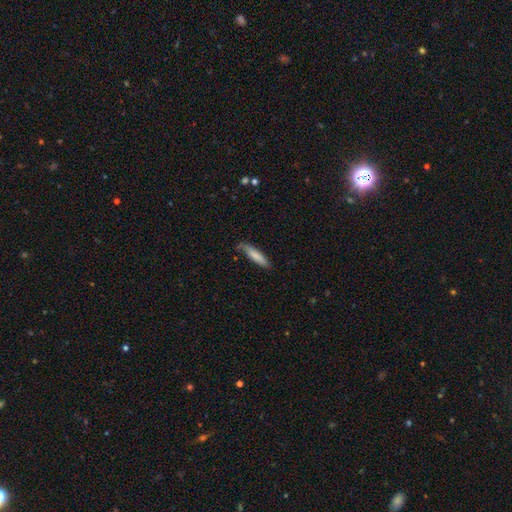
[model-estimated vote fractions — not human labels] A smooth galaxy with no disk features (78%) that is cigar-shaped (80%).

Vote fractions:
- Smooth or featured? smooth: 78% / featured or disk: 17% / star or artifact: 6%
- How rounded? cigar-shaped: 80% / in between: 19% / round: 1%
- Merging? none: 69% / minor disturbance: 24% / major disturbance: 5% / merger: 3%